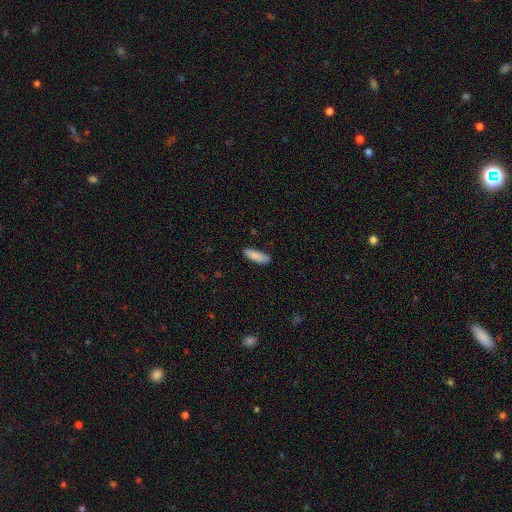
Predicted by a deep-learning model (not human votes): smooth_or_featured: smooth (p=0.86) [alt: featured or disk p=0.08]
how_rounded: in between (p=0.53) [alt: cigar-shaped p=0.45]
merging: none (p=0.81) [alt: minor disturbance p=0.15]